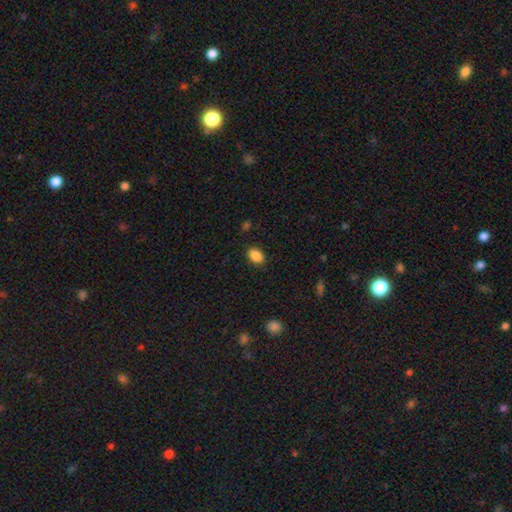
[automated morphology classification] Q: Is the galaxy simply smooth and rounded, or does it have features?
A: smooth — 88%.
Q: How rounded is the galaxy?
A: in between — 82%.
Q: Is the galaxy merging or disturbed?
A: none — 88%.